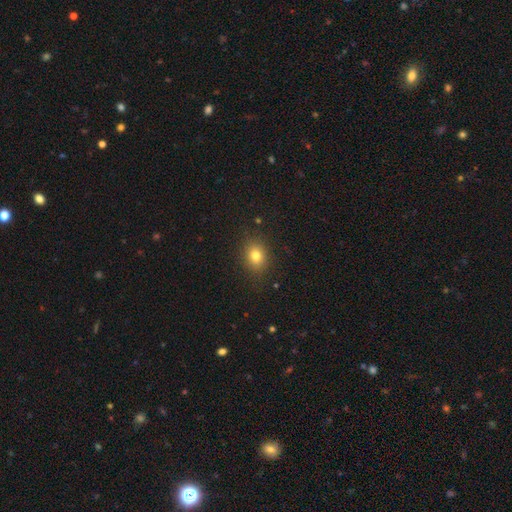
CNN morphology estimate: Overall: smooth (79%). How rounded: in between (50%; round 48%). Merging: none (87%).